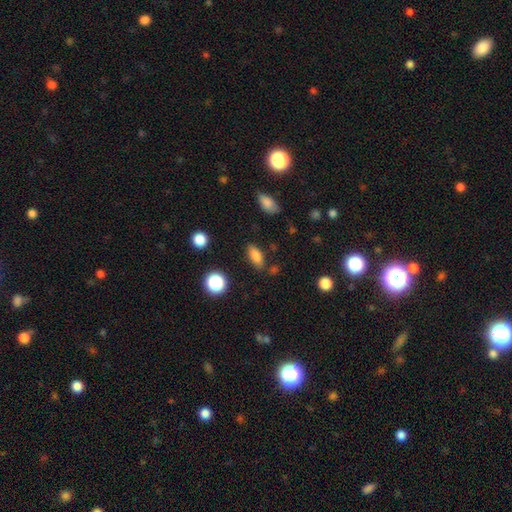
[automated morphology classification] Smooth or featured? smooth (82%)
How rounded? in between (83%)
Merging? none (80%)